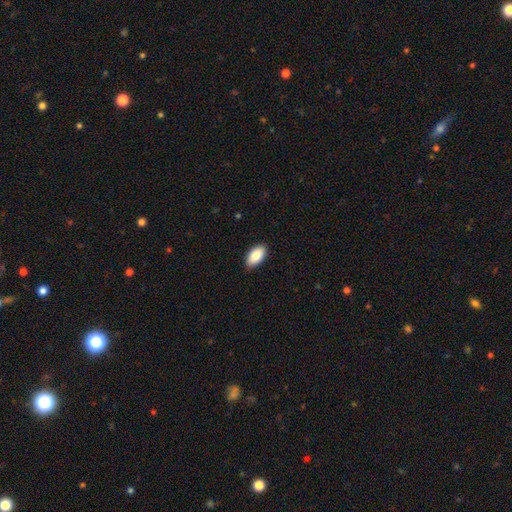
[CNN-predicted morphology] smooth 87%, featured or disk 6%, star or artifact 6%. Down the decision tree: how rounded — in between (95%); merging — none (87%).